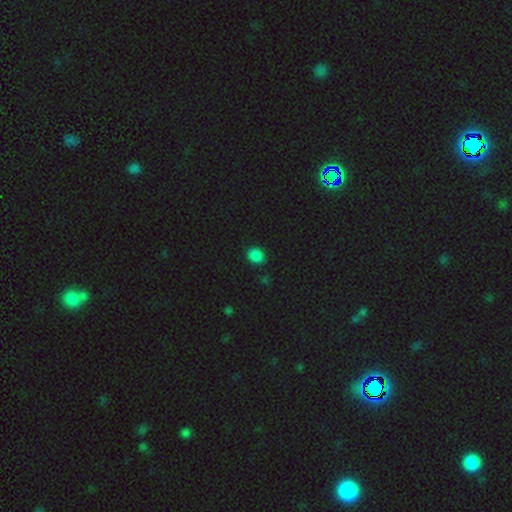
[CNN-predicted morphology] Overall: smooth (83%). How rounded: round (57%; in between 42%). Merging: none (89%).